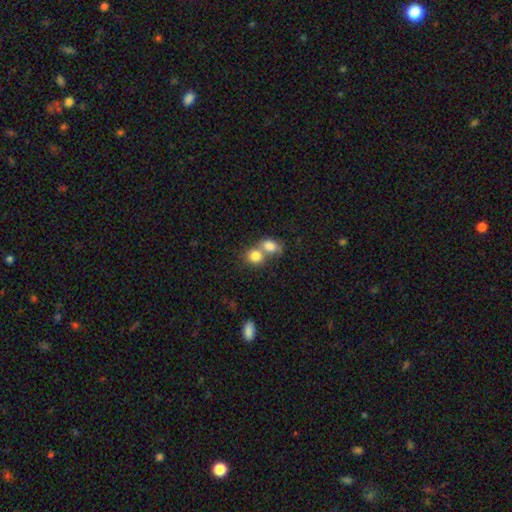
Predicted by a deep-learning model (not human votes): Overall: smooth (82%). How rounded: round (61%; in between 37%). Merging: merger (59%; none 32%).